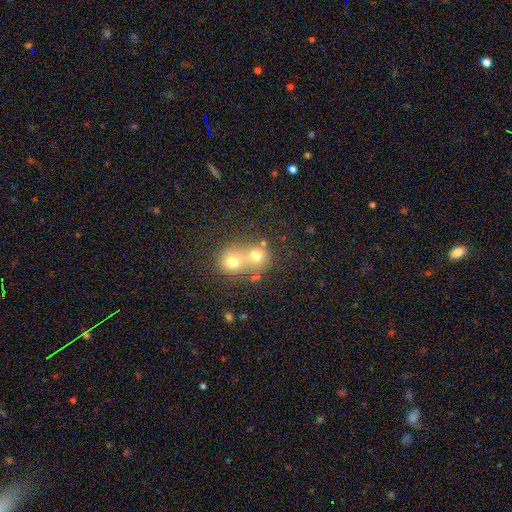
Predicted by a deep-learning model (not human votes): Smooth or featured? Predicted: smooth (p=0.69). How rounded? Predicted: round (p=0.77). Merging? Predicted: merger (p=0.65).